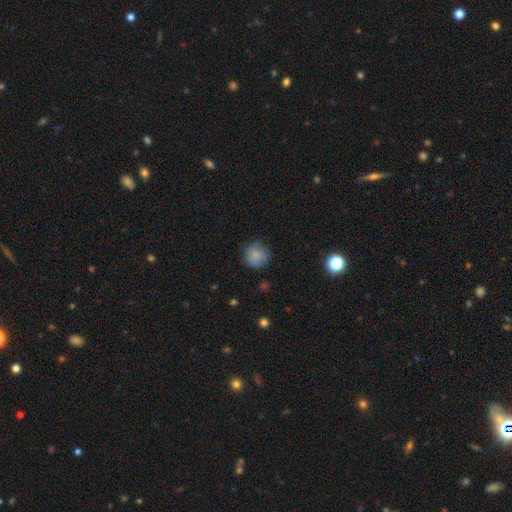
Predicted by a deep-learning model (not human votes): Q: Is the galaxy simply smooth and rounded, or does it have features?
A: smooth — 83%.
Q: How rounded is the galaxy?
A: round — 92%.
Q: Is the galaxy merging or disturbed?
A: none — 81%.